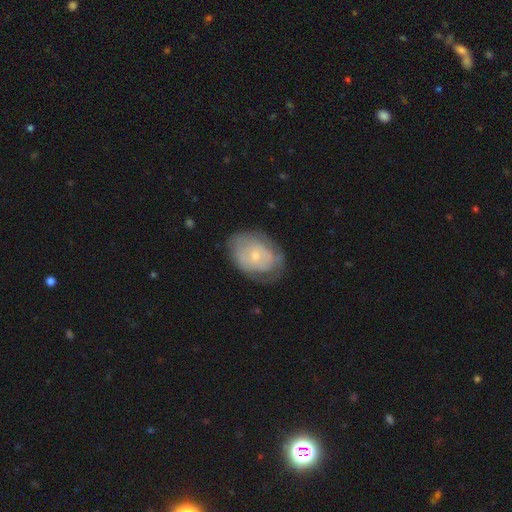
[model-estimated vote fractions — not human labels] The model was most divided on "smooth or featured": featured or disk: 53%, smooth: 41%, star or artifact: 7%. More confident: edge-on disk — no (95%); merging — none (62%).